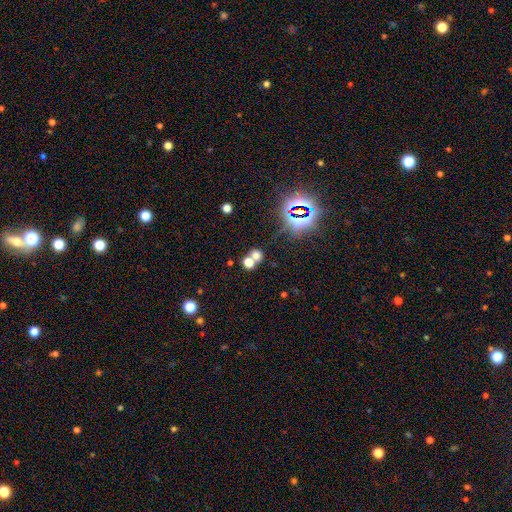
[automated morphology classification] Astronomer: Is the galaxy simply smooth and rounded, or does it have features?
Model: smooth — 58%.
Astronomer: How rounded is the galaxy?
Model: round — 74%.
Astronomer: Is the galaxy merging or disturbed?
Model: none — 45%, tied with merger at 45%.